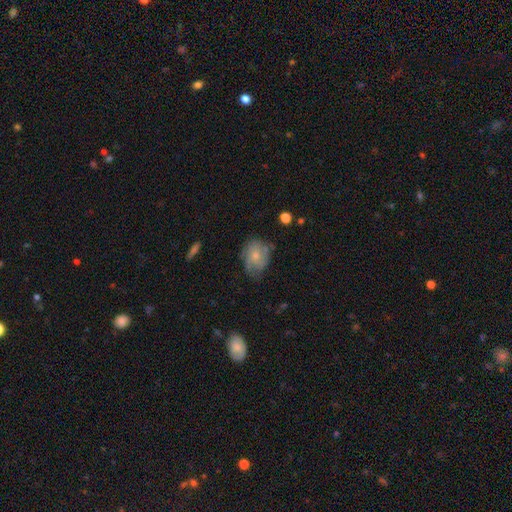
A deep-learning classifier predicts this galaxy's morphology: Q: Smooth or featured?
A: featured or disk (48%); runner-up: smooth (45%)
Q: Merging?
A: none (53%); runner-up: minor disturbance (31%)